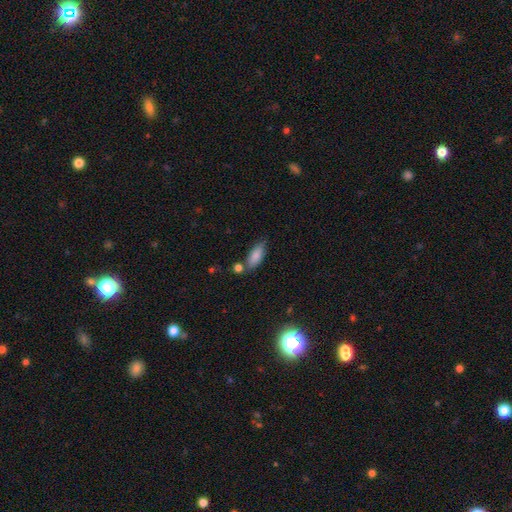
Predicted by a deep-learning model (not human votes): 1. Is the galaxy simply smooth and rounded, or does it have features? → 83% smooth, 9% featured or disk, 8% star or artifact.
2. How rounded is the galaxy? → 74% in between, 24% cigar-shaped, 2% round.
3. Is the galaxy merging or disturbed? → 65% none, 18% minor disturbance, 12% merger, 5% major disturbance.